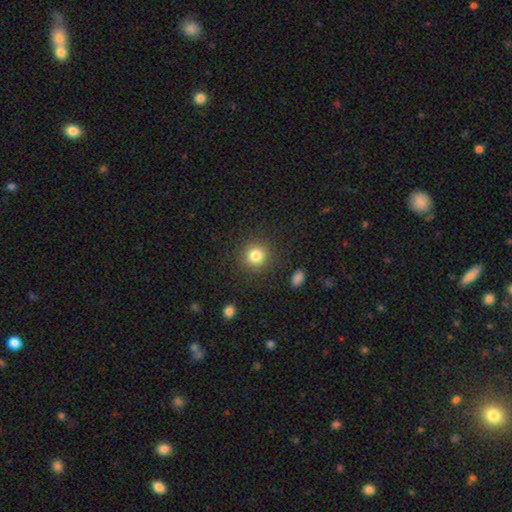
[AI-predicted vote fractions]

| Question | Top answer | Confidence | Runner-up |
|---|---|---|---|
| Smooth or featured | smooth | 83% | star or artifact (11%) |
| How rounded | round | 92% | in between (7%) |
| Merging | none | 88% | minor disturbance (7%) |